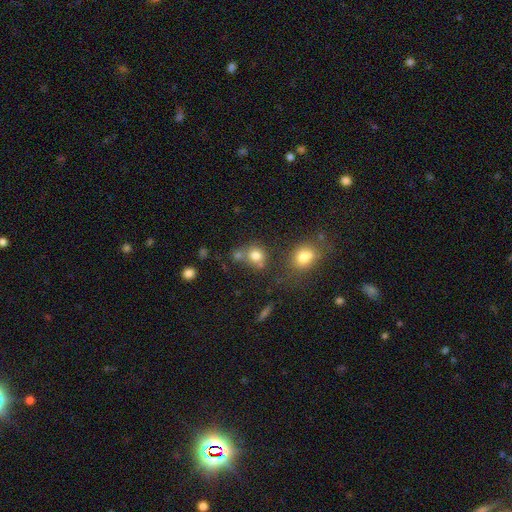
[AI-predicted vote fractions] Smooth or featured? smooth (77%)
How rounded? round (77%)
Merging? none (54%)